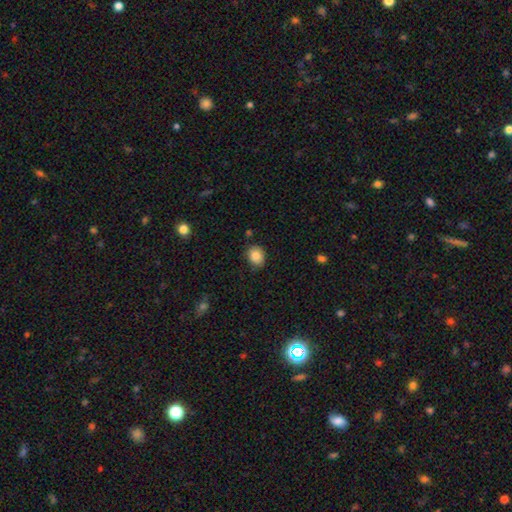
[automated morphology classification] A smooth galaxy with no disk features (85%) that is round (57%).

Vote fractions:
- Smooth or featured? smooth: 85% / star or artifact: 9% / featured or disk: 6%
- How rounded? round: 57% / in between: 42% / cigar-shaped: 1%
- Merging? none: 80% / minor disturbance: 15% / major disturbance: 3% / merger: 2%